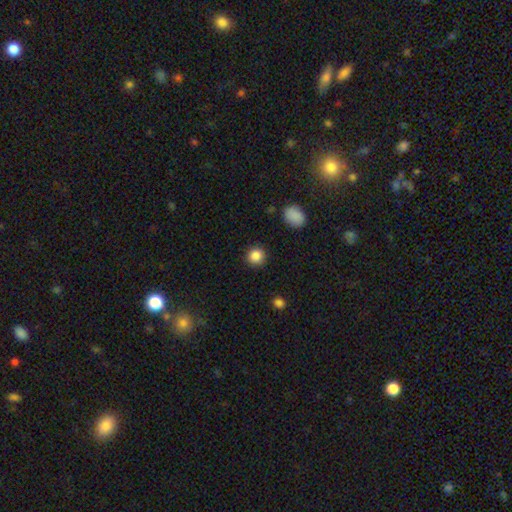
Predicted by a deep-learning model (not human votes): Q: Smooth or featured?
A: smooth (86%); runner-up: star or artifact (10%)
Q: How rounded?
A: round (91%); runner-up: in between (8%)
Q: Merging?
A: none (89%); runner-up: minor disturbance (7%)